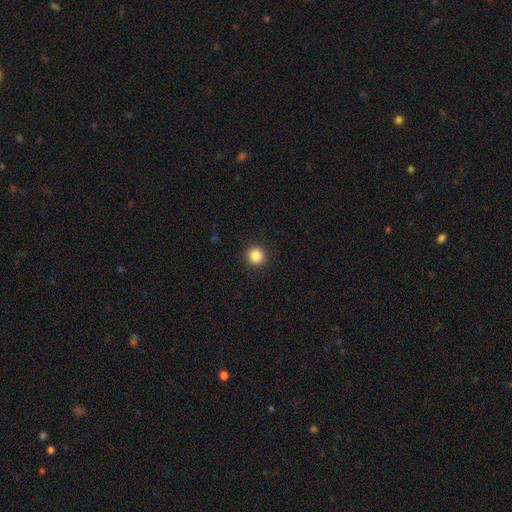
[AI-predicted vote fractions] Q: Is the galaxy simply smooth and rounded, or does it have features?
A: smooth — 86%.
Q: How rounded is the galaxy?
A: round — 95%.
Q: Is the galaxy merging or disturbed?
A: none — 93%.